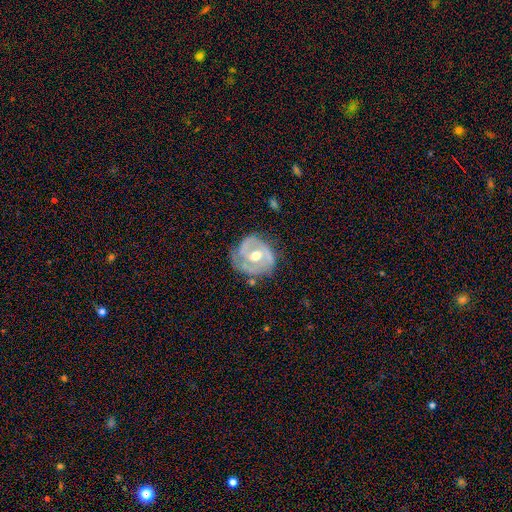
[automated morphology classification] This appears to be a featured or disk galaxy (79%) with no bar (43%), 2 (57%) tight (48%) spiral arms (84%) and a moderate central bulge (78%). Merging: none (66%).